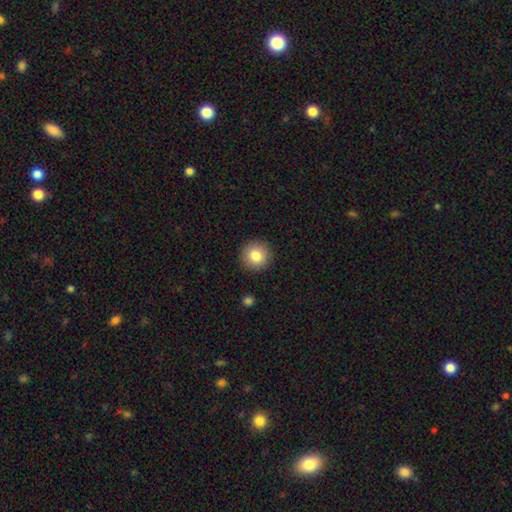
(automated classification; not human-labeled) Q: Smooth or featured?
A: smooth (82%); runner-up: star or artifact (10%)
Q: How rounded?
A: round (94%); runner-up: in between (5%)
Q: Merging?
A: none (91%); runner-up: minor disturbance (6%)